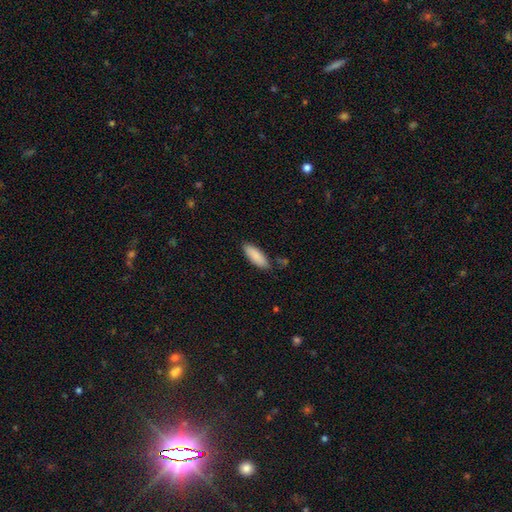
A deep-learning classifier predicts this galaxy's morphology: Smooth or featured?
  - smooth: 88% *
  - featured or disk: 6%
  - star or artifact: 6%
How rounded?
  - in between: 67% *
  - cigar-shaped: 32%
  - round: 2%
Merging?
  - none: 82% *
  - minor disturbance: 13%
  - major disturbance: 3%
  - merger: 2%